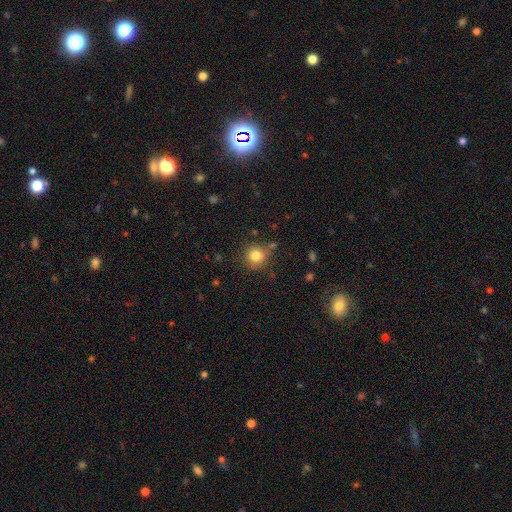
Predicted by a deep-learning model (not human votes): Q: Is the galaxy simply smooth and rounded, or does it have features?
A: smooth — 81%.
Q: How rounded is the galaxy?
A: round — 93%.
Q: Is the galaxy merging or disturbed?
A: none — 81%.